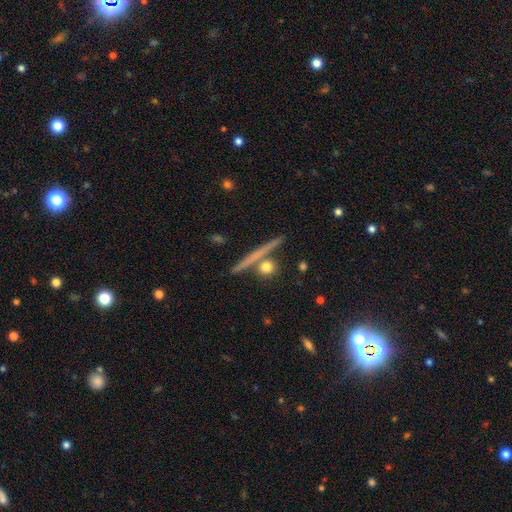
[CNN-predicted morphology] Q: Smooth or featured?
A: featured or disk (60%); runner-up: smooth (28%)
Q: Edge-on disk?
A: yes (96%); runner-up: no (4%)
Q: Edge-on bulge?
A: none (58%); runner-up: rounded (34%)
Q: Merging?
A: none (81%); runner-up: merger (8%)